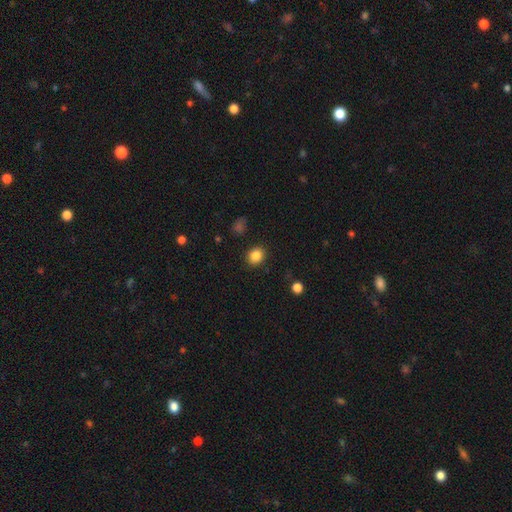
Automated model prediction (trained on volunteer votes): A smooth galaxy with no disk features (85%) that is round (64%). Merging: none (88%).